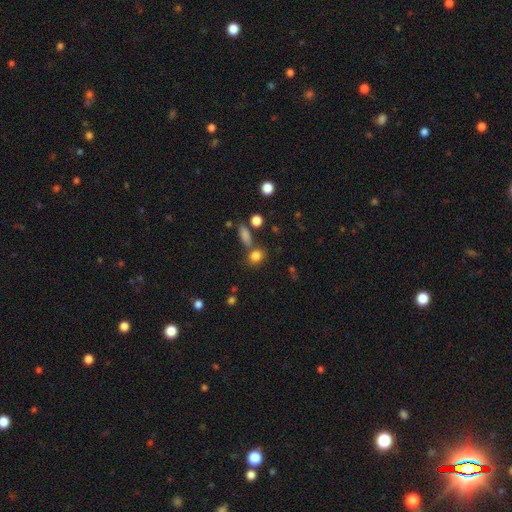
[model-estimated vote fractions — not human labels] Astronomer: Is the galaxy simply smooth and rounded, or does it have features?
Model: smooth — 81%.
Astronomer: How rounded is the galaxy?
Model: round — 54% (runner-up: in between, 44%).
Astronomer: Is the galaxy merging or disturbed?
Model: none — 63%.